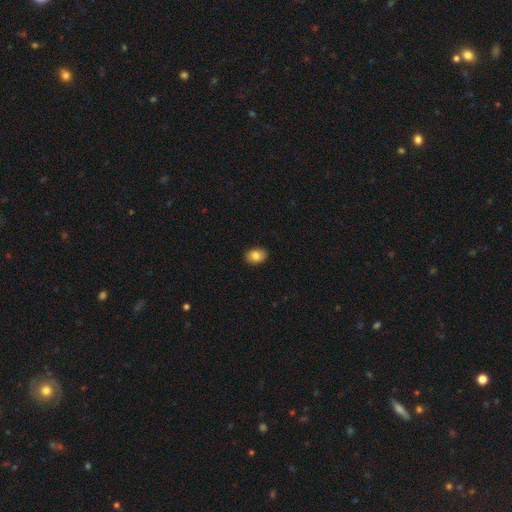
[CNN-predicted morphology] The model was most divided on "how rounded": in between: 76%, round: 23%, cigar-shaped: 1%. More confident: merging — none (89%); smooth or featured — smooth (84%).